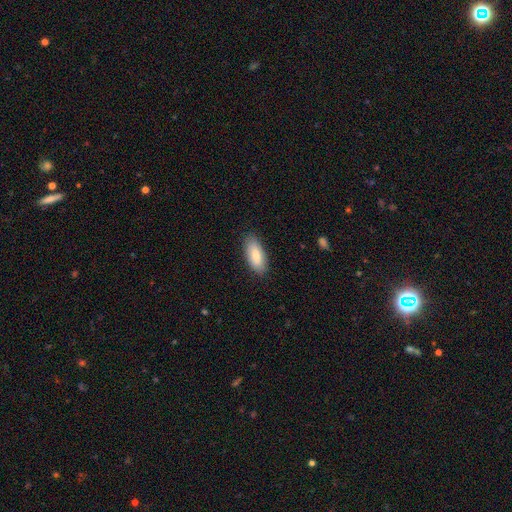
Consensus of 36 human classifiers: smooth-or-featured: smooth: 83% | featured or disk: 17% | star or artifact: 0%
  how-rounded: in between: 87% | cigar-shaped: 13% | round: 0%
  merging: none: 81% | minor disturbance: 17% | major disturbance: 3% | merger: 0%